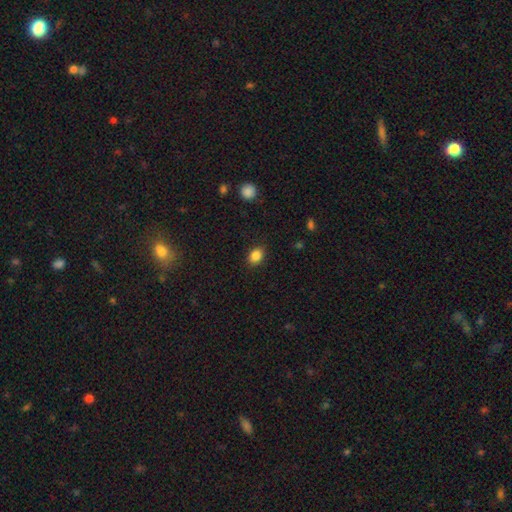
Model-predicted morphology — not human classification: Overall: smooth (86%). How rounded: in between (59%; round 40%). Merging: none (87%).